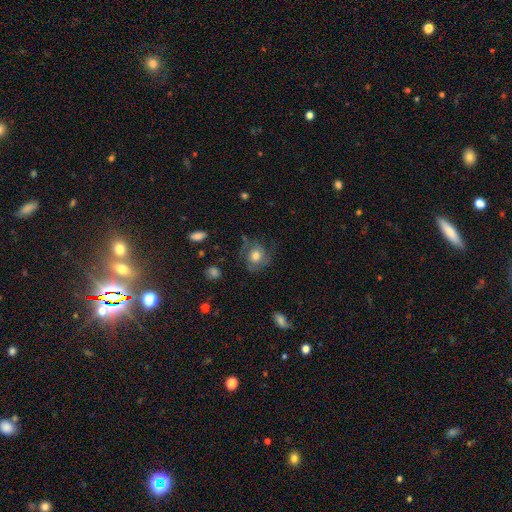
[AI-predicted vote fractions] Morphology: type=smooth (46%); merging=none (63%).